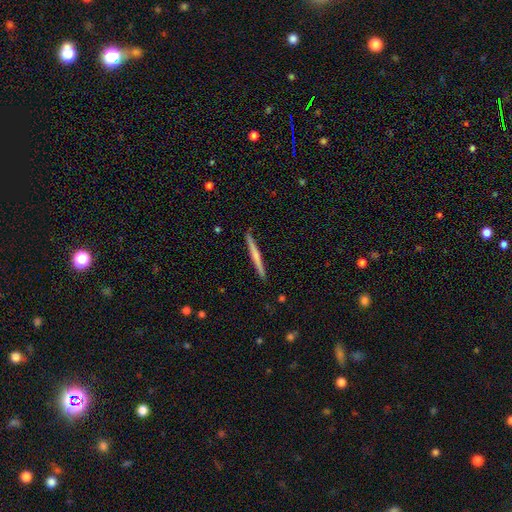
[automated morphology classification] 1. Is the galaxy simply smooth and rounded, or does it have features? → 49% featured or disk, 46% smooth, 5% star or artifact.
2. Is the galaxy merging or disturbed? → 91% none, 6% minor disturbance, 1% major disturbance, 1% merger.